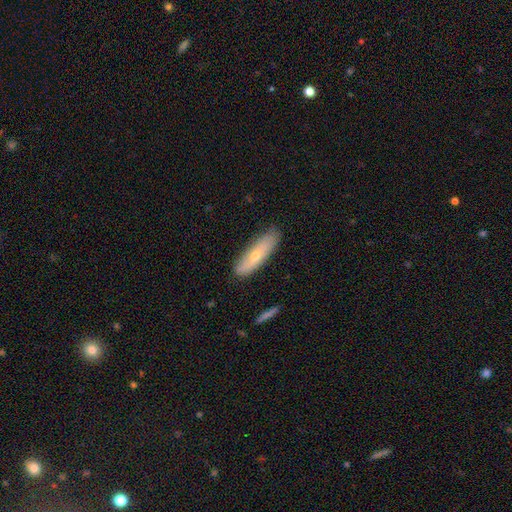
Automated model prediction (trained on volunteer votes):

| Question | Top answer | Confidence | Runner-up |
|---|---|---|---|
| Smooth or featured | smooth | 58% | featured or disk (35%) |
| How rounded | cigar-shaped | 58% | in between (40%) |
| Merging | none | 81% | minor disturbance (15%) |